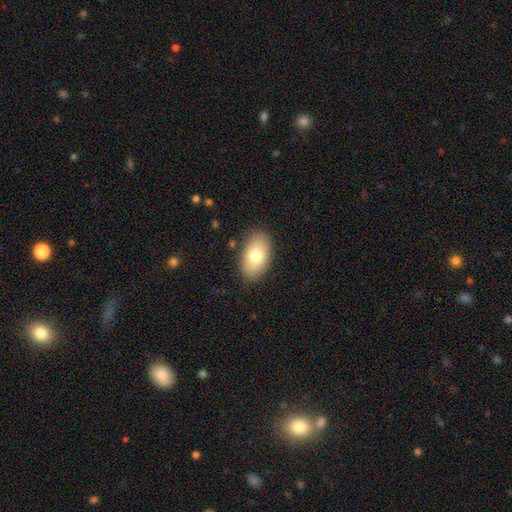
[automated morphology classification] smooth-or-featured: smooth: 75% | featured or disk: 17% | star or artifact: 7%
  how-rounded: in between: 92% | round: 7% | cigar-shaped: 1%
  merging: none: 85% | minor disturbance: 11% | major disturbance: 3% | merger: 1%